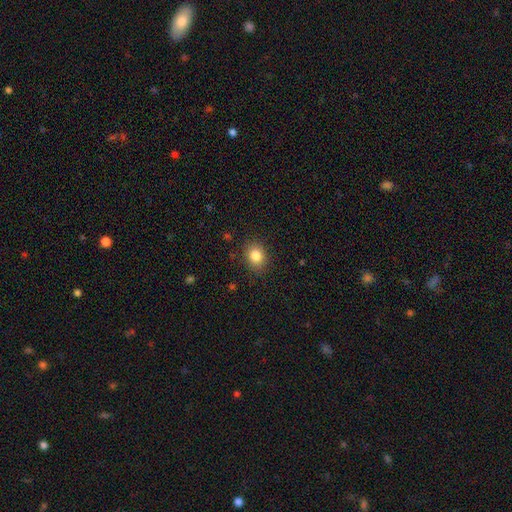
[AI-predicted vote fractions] Smooth or featured?
  - smooth: 84% *
  - star or artifact: 10%
  - featured or disk: 6%
How rounded?
  - round: 56% *
  - in between: 43%
  - cigar-shaped: 1%
Merging?
  - none: 86% *
  - minor disturbance: 10%
  - major disturbance: 3%
  - merger: 1%